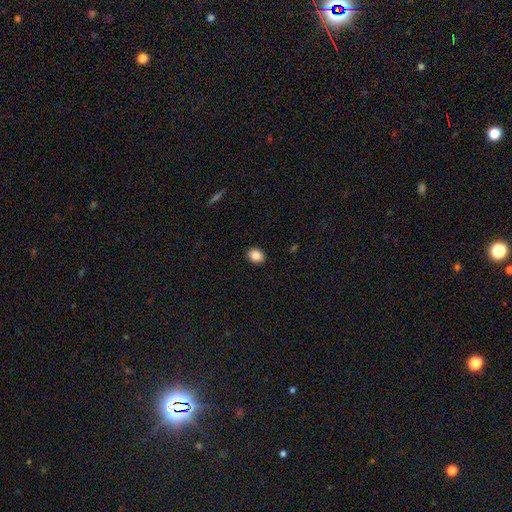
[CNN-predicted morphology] smooth 85%, star or artifact 9%, featured or disk 6%. Down the decision tree: how rounded — in between (50%); merging — none (91%).